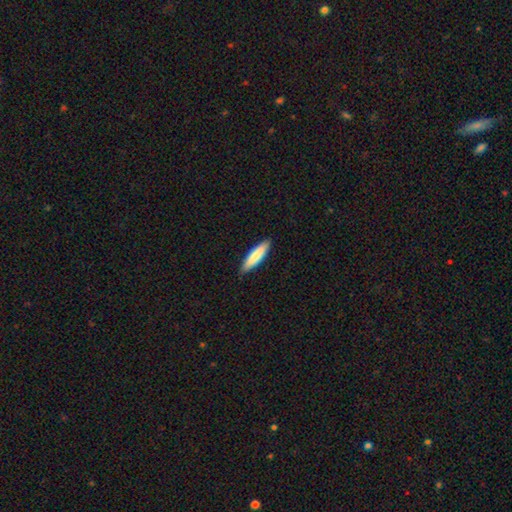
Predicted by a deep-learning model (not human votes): A smooth galaxy with no disk features (81%) that is cigar-shaped (73%). Merging: none (88%).